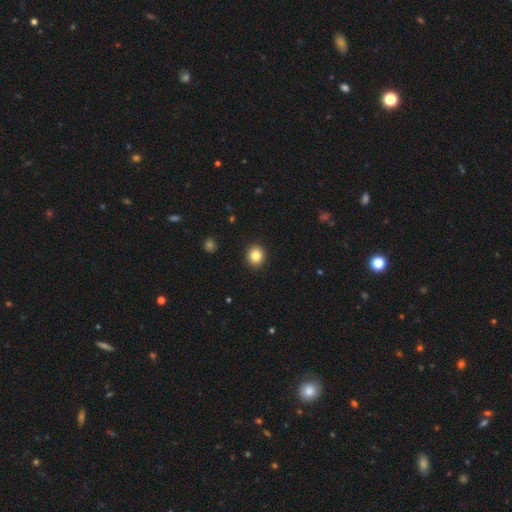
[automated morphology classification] smooth_or_featured: smooth (p=0.83) [alt: star or artifact p=0.10]
how_rounded: round (p=0.84) [alt: in between p=0.15]
merging: none (p=0.92) [alt: minor disturbance p=0.05]